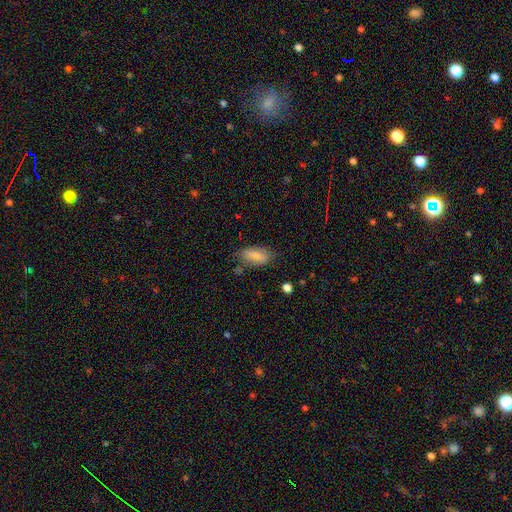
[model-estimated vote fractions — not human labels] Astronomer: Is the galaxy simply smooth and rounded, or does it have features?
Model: smooth — 80%.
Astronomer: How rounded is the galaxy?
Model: in between — 88%.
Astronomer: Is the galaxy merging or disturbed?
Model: none — 66%.